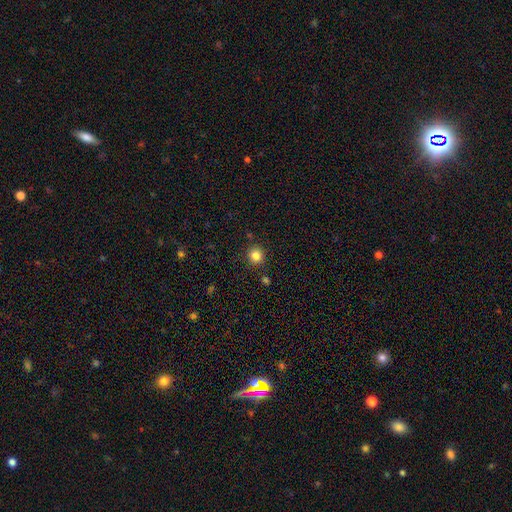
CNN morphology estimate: smooth_or_featured: smooth (p=0.83) [alt: star or artifact p=0.12]
how_rounded: round (p=0.91) [alt: in between p=0.08]
merging: none (p=0.88) [alt: minor disturbance p=0.07]